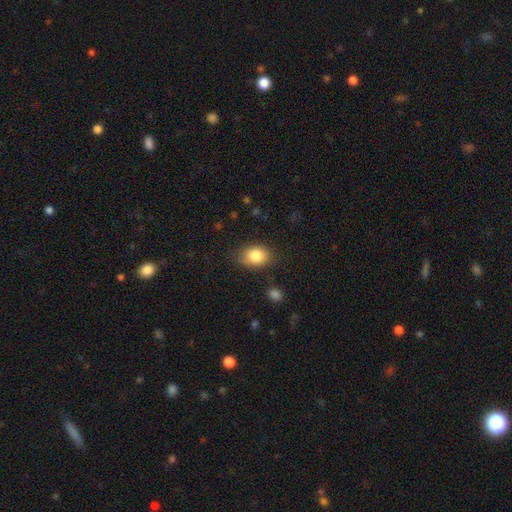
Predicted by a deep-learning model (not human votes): Smooth or featured: smooth — 84% (star or artifact — 9%)
How rounded: in between — 65% (round — 34%)
Merging: none — 77% (minor disturbance — 17%)